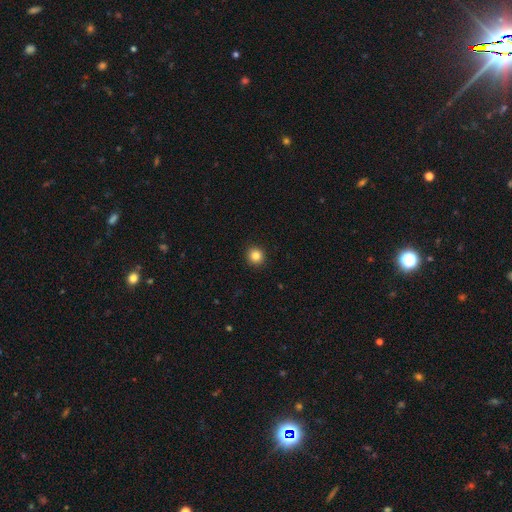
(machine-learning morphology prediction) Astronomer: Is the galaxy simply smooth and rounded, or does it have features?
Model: smooth — 84%.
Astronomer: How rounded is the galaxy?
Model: round — 93%.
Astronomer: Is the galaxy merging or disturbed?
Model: none — 93%.